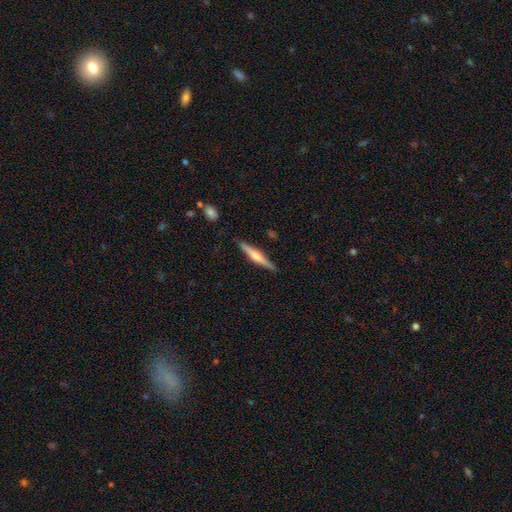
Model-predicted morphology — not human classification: Smooth or featured? Predicted: featured or disk (p=0.55). Edge-on disk? Predicted: yes (p=0.97). Edge-on bulge? Predicted: rounded (p=0.73). Merging? Predicted: none (p=0.87).